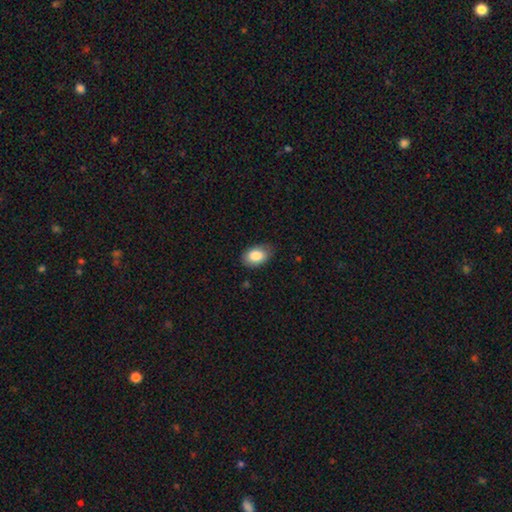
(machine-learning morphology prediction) Smooth or featured? Predicted: smooth (p=0.85). How rounded? Predicted: in between (p=0.89). Merging? Predicted: none (p=0.78).